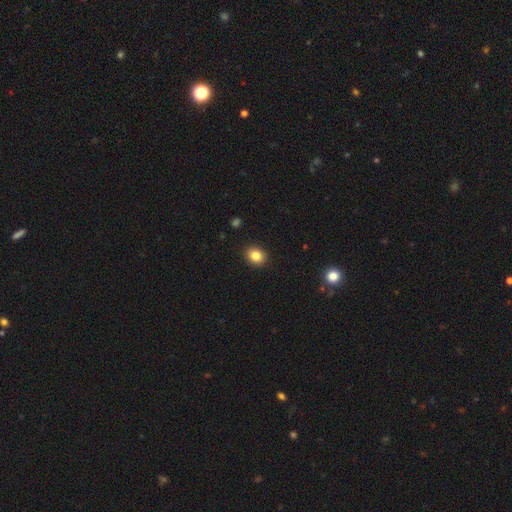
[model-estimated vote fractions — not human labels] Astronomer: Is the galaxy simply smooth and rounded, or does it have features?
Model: smooth — 83%.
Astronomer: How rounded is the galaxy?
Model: round — 61% (runner-up: in between, 38%).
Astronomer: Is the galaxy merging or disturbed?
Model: none — 91%.